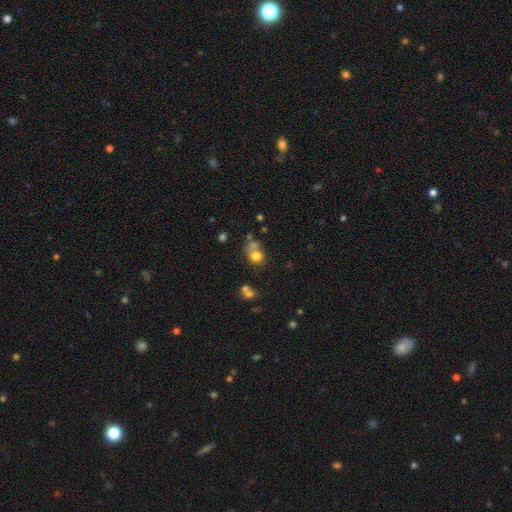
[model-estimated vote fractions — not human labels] A smooth galaxy with no disk features (73%) that is round (74%). Merging: none (43%).